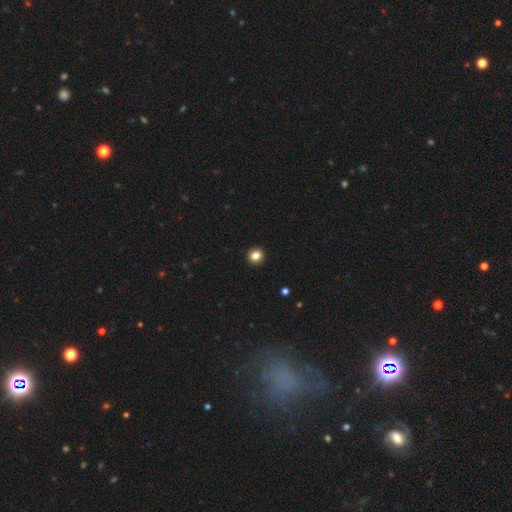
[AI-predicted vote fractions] Morphology: type=smooth (84%); roundness=round (88%); merging=none (94%).